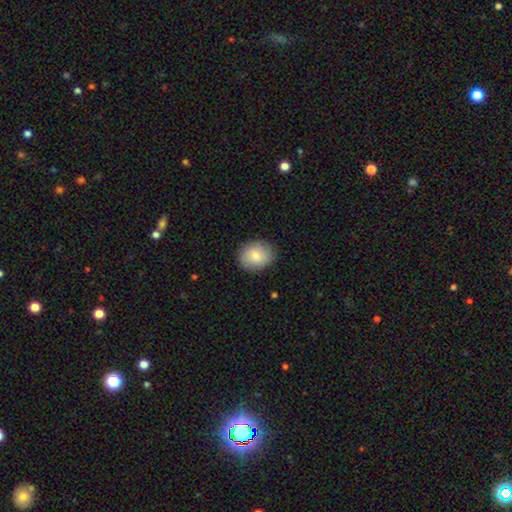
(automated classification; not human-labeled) Q: Smooth or featured?
A: smooth (83%); runner-up: featured or disk (10%)
Q: How rounded?
A: round (58%); runner-up: in between (41%)
Q: Merging?
A: none (87%); runner-up: minor disturbance (10%)